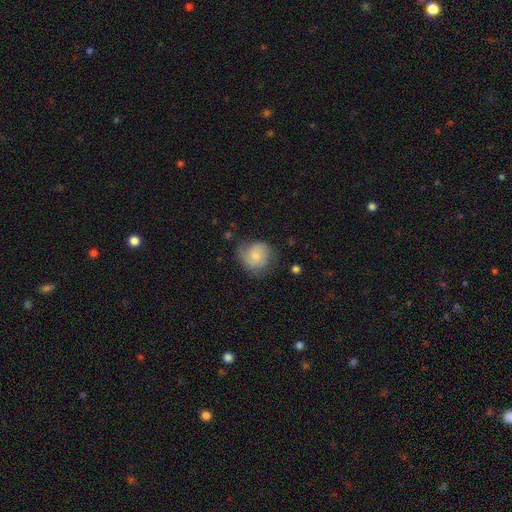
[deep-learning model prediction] Smooth or featured?
  - smooth: 67% *
  - featured or disk: 26%
  - star or artifact: 8%
How rounded?
  - round: 82% *
  - in between: 17%
  - cigar-shaped: 1%
Merging?
  - none: 59% *
  - minor disturbance: 29%
  - major disturbance: 10%
  - merger: 2%